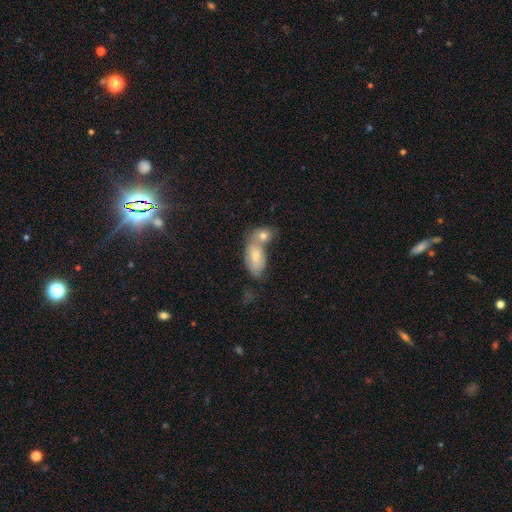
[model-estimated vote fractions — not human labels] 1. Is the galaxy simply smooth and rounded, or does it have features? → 68% smooth, 24% featured or disk, 8% star or artifact.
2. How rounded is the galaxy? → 89% in between, 8% round, 4% cigar-shaped.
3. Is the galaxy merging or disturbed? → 58% merger, 27% none, 10% minor disturbance, 4% major disturbance.